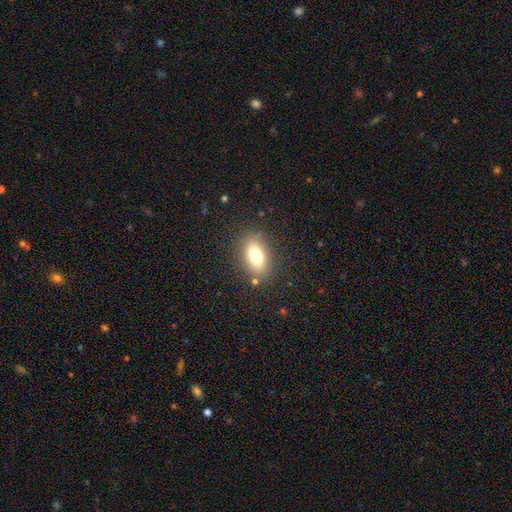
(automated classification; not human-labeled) Smooth or featured? smooth (76%)
How rounded? in between (85%)
Merging? none (81%)